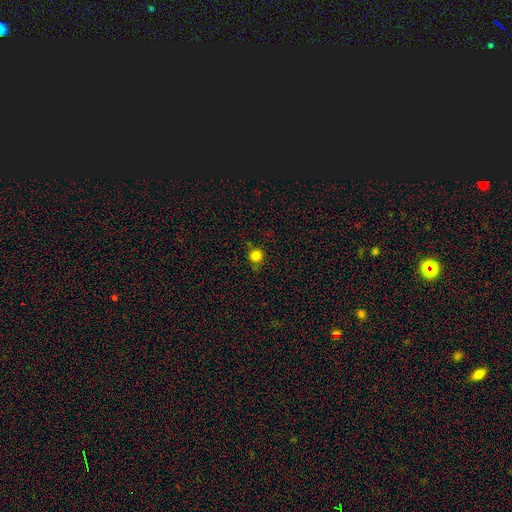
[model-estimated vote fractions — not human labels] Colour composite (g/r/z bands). It shows a smooth galaxy with no disk features (82%) that is round (91%). Merging: none (72%).